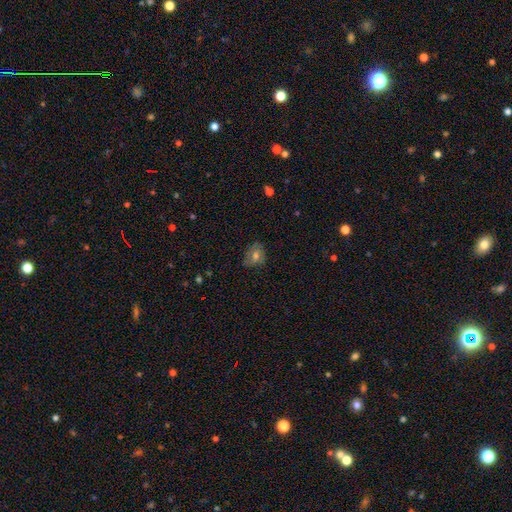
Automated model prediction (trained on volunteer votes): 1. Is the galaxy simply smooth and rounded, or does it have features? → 60% smooth, 26% featured or disk, 14% star or artifact.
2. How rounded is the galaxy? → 54% in between, 44% round, 1% cigar-shaped.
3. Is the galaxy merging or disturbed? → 65% none, 25% minor disturbance, 8% major disturbance, 2% merger.